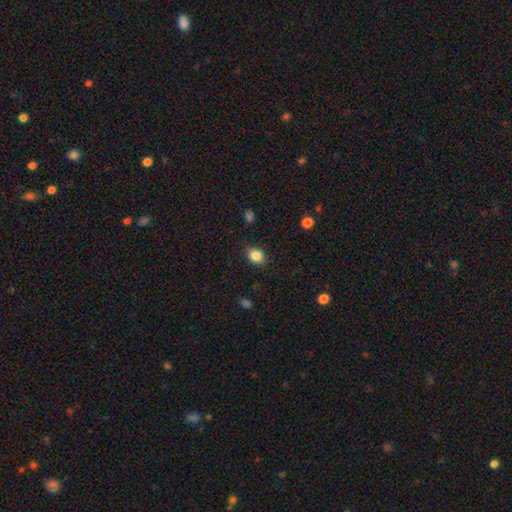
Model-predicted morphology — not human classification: Smooth or featured? Predicted: smooth (p=0.86). How rounded? Predicted: in between (p=0.56). Merging? Predicted: none (p=0.86).